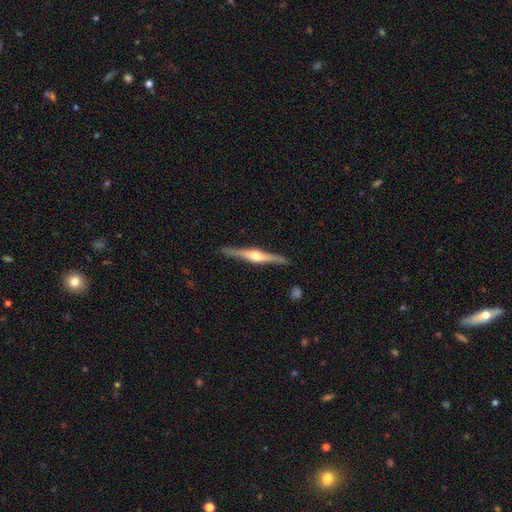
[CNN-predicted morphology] Smooth or featured? featured or disk (79%)
Edge-on disk? yes (98%)
Edge-on bulge? rounded (92%)
Merging? none (88%)